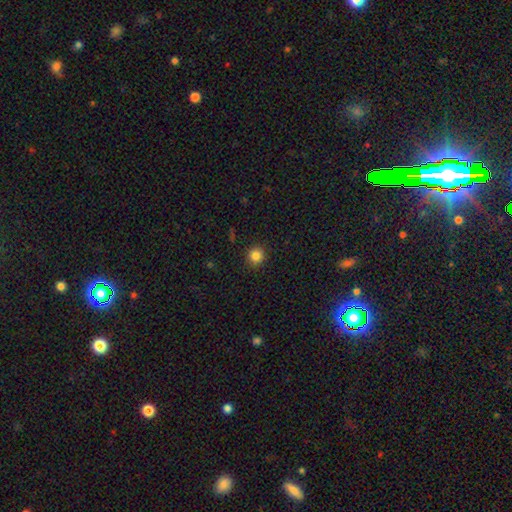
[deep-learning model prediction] smooth_or_featured: smooth (p=0.84) [alt: star or artifact p=0.12]
how_rounded: round (p=0.93) [alt: in between p=0.06]
merging: none (p=0.91) [alt: minor disturbance p=0.06]